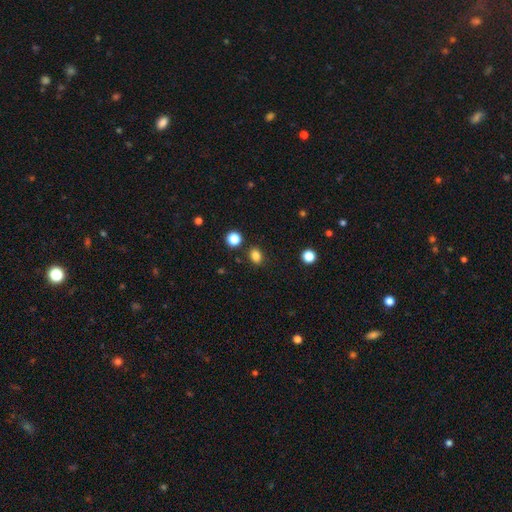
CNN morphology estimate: Smooth or featured? smooth (83%)
How rounded? in between (63%)
Merging? none (84%)